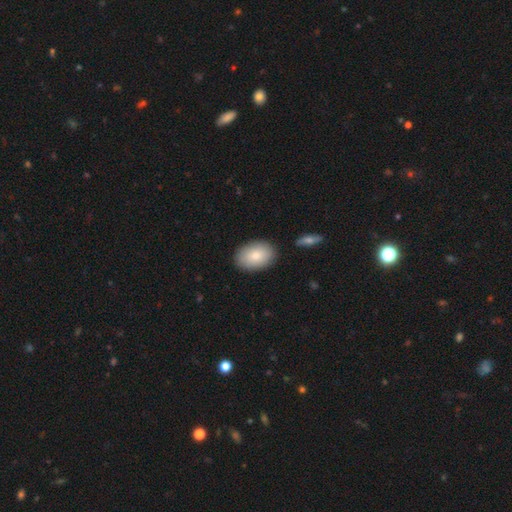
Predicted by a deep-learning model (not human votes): Q: Smooth or featured?
A: smooth (82%); runner-up: featured or disk (12%)
Q: How rounded?
A: in between (86%); runner-up: round (13%)
Q: Merging?
A: none (86%); runner-up: minor disturbance (10%)